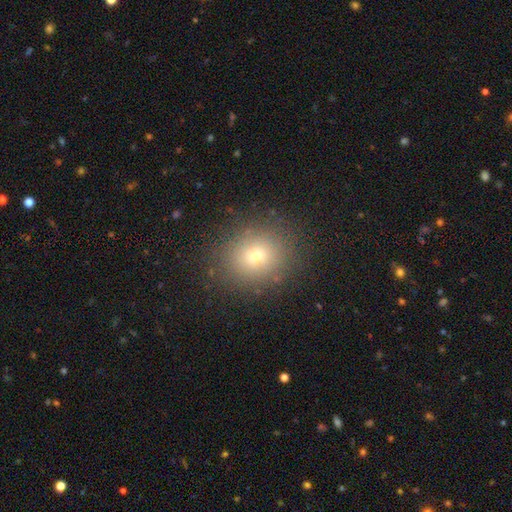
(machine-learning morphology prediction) A smooth galaxy with no disk features (71%) that is round (73%). Merging: none (85%).